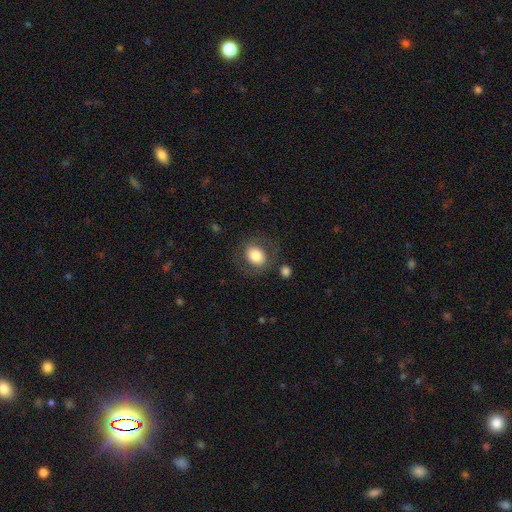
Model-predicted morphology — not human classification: smooth 75%, featured or disk 17%, star or artifact 8%. Down the decision tree: how rounded — round (63%); merging — none (75%).